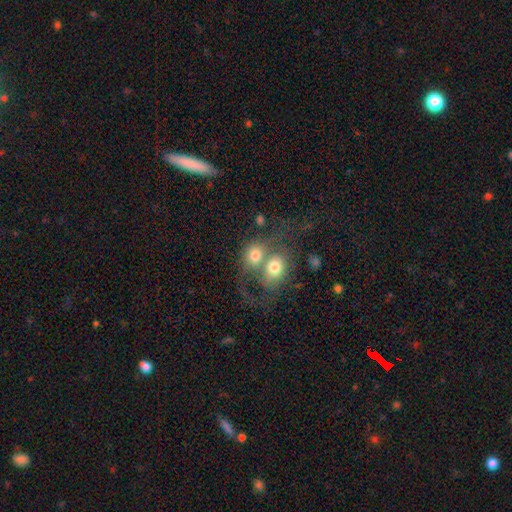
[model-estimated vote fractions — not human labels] Morphology: type=smooth (63%); roundness=round (50%); merging=merger (70%).